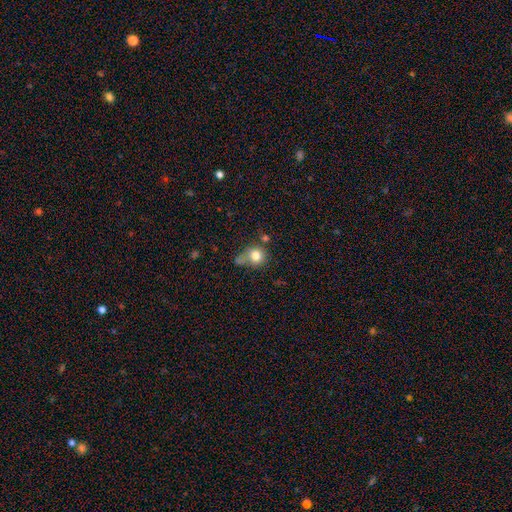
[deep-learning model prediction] A smooth galaxy with no disk features (78%) that is round (81%).

Vote fractions:
- Smooth or featured? smooth: 78% / star or artifact: 11% / featured or disk: 11%
- How rounded? round: 81% / in between: 18% / cigar-shaped: 1%
- Merging? none: 45% / minor disturbance: 22% / merger: 21% / major disturbance: 11%